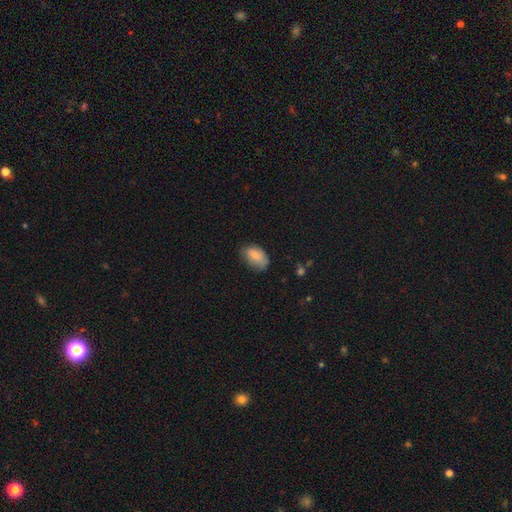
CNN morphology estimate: Smooth or featured? smooth (80%)
How rounded? in between (91%)
Merging? none (64%)